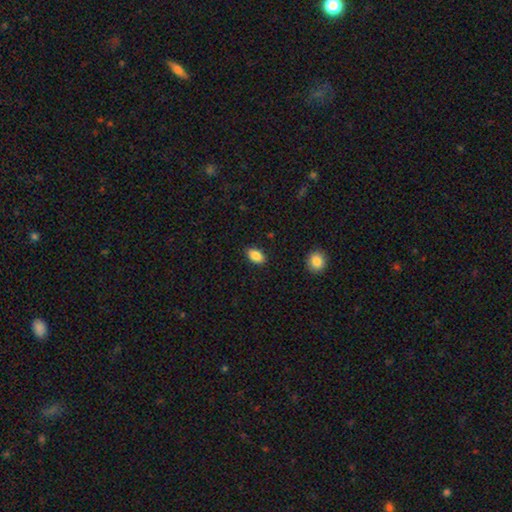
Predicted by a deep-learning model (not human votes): A smooth galaxy with no disk features (87%) that is in between round and cigar-shaped (89%). Merging: none (88%).